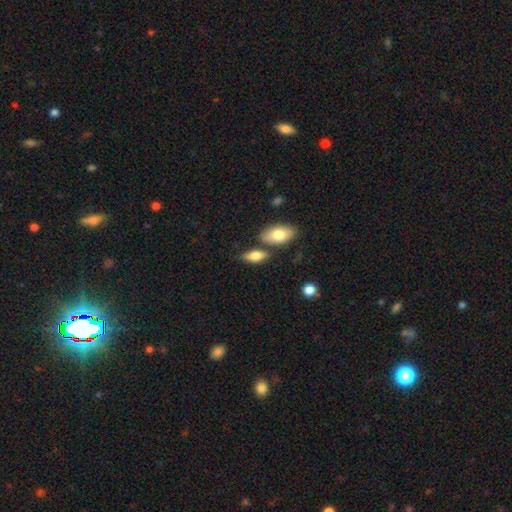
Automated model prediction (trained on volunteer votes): Morphology: type=smooth (76%); roundness=in between (83%); merging=none (65%).